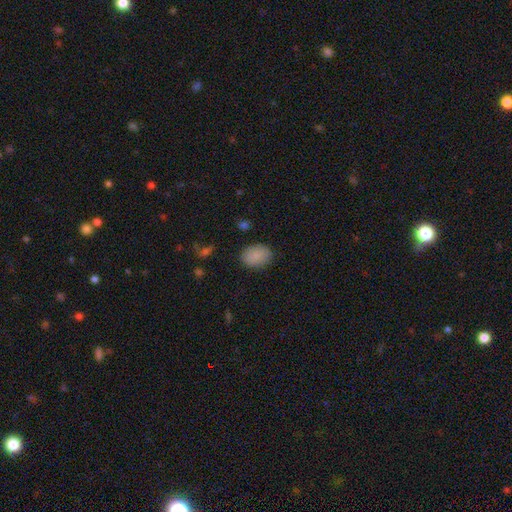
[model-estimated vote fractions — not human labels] Overall: smooth (87%). How rounded: in between (71%). Merging: none (85%).